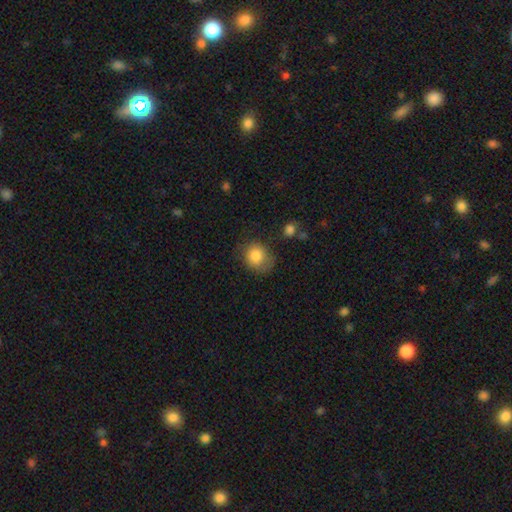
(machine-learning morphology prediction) The model was most divided on "how rounded": round: 71%, in between: 29%, cigar-shaped: 1%. More confident: smooth or featured — smooth (83%); merging — none (67%).